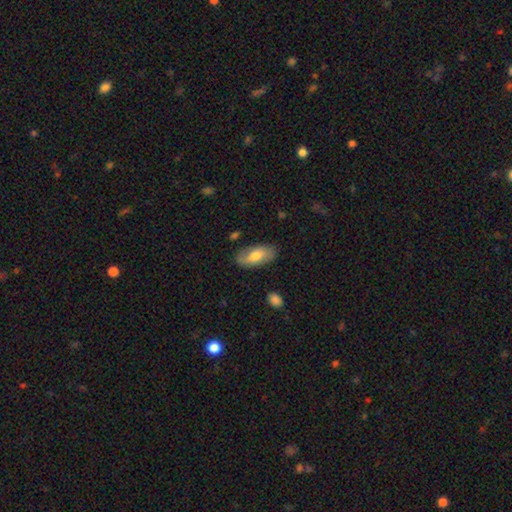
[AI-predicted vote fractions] Q: Smooth or featured?
A: smooth (62%); runner-up: featured or disk (32%)
Q: How rounded?
A: in between (92%); runner-up: cigar-shaped (5%)
Q: Merging?
A: none (81%); runner-up: minor disturbance (14%)